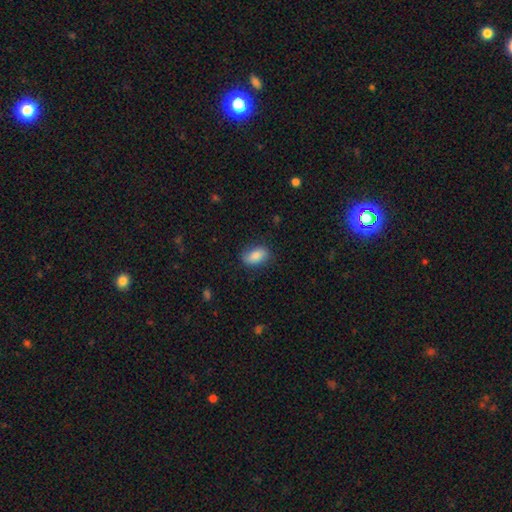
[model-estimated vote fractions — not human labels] Morphology: type=smooth (81%); roundness=in between (90%); merging=none (78%).